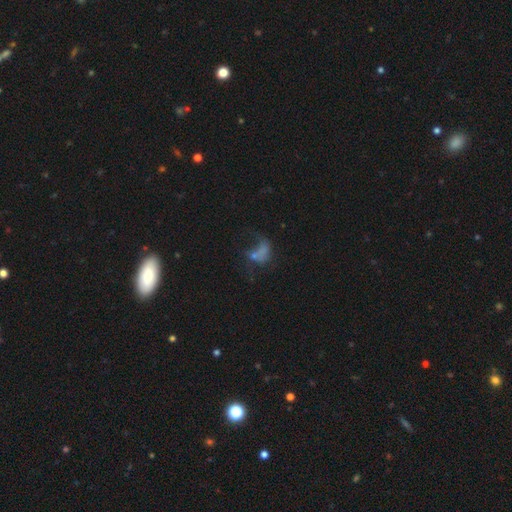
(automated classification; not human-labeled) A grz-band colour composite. It shows a smooth galaxy with no disk features (41%). Merging: major disturbance (33%).